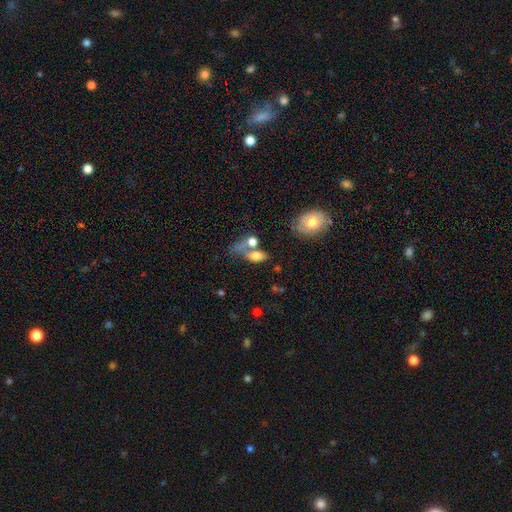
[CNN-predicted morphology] Smooth or featured? smooth (69%)
How rounded? in between (76%)
Merging? merger (41%)